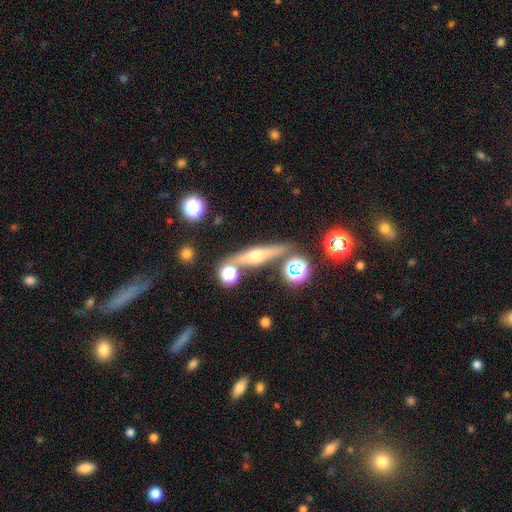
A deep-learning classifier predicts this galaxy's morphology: This appears to be a featured or disk galaxy (67%) viewed edge-on (93%) with a rounded central bulge (91%). Merging: none (74%).